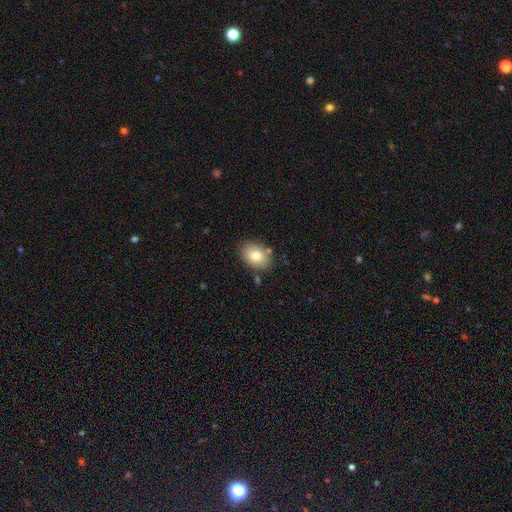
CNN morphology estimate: The model was most divided on "how rounded": in between: 76%, round: 23%, cigar-shaped: 1%. More confident: merging — none (81%); smooth or featured — smooth (78%).